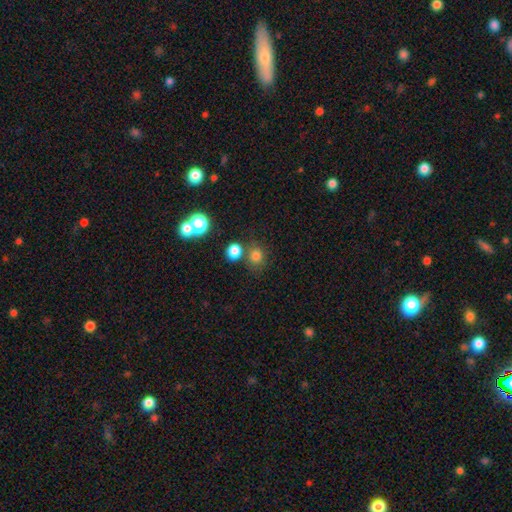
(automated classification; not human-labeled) Smooth or featured: smooth — 77% (star or artifact — 17%)
How rounded: round — 84% (in between — 15%)
Merging: none — 70% (merger — 17%)